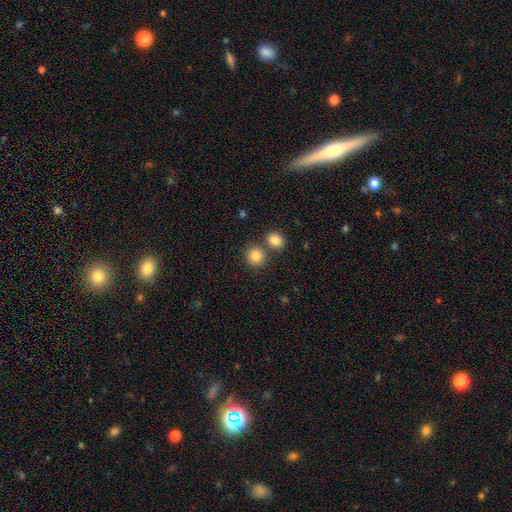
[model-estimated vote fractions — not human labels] Smooth or featured? Predicted: smooth (p=0.84). How rounded? Predicted: round (p=0.89). Merging? Predicted: none (p=0.70).